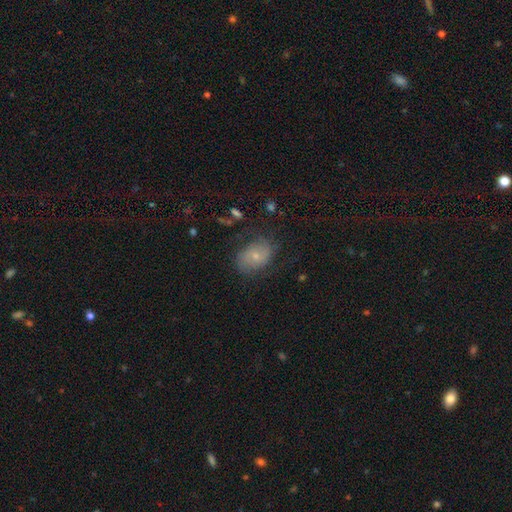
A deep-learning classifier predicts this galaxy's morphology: featured or disk 47%, smooth 42%, star or artifact 11%. Down the decision tree: merging — none (68%).